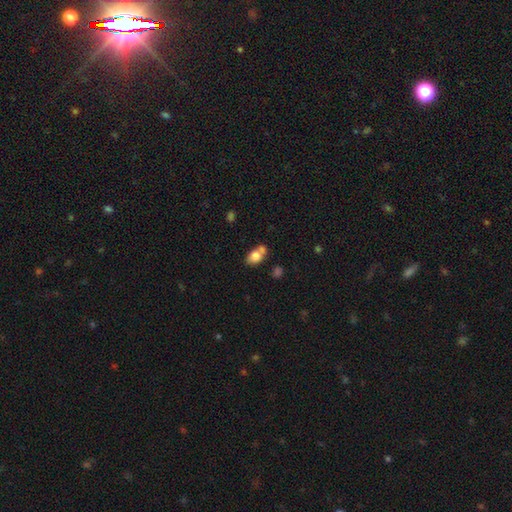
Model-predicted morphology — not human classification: The model was most divided on "merging": none: 42%, merger: 38%, minor disturbance: 15%, major disturbance: 5%. More confident: smooth or featured — smooth (77%); how rounded — in between (76%).